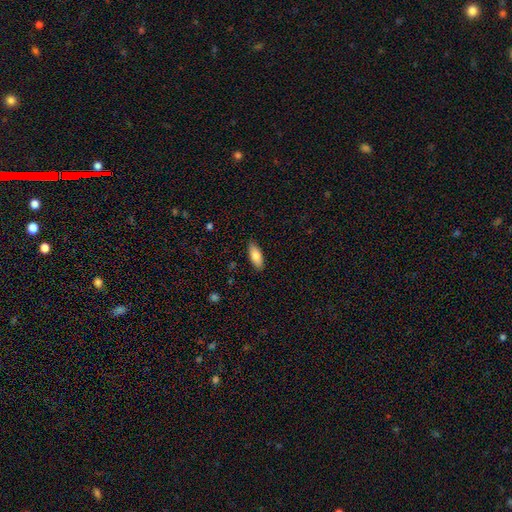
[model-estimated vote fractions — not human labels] A smooth galaxy with no disk features (82%) that is in between round and cigar-shaped (79%). Merging: none (88%).